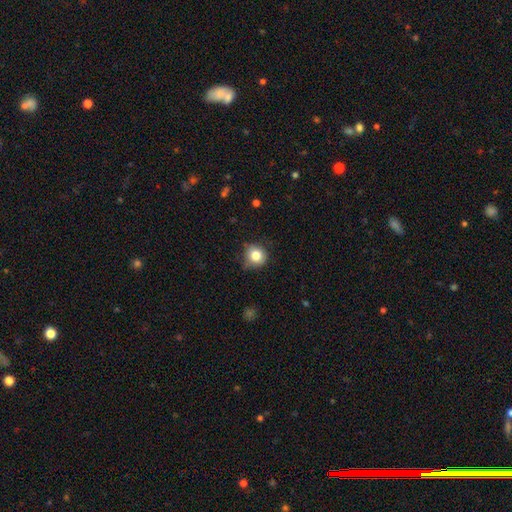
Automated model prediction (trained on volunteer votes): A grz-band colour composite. It shows a smooth galaxy with no disk features (81%) that is round (90%). Merging: none (73%).